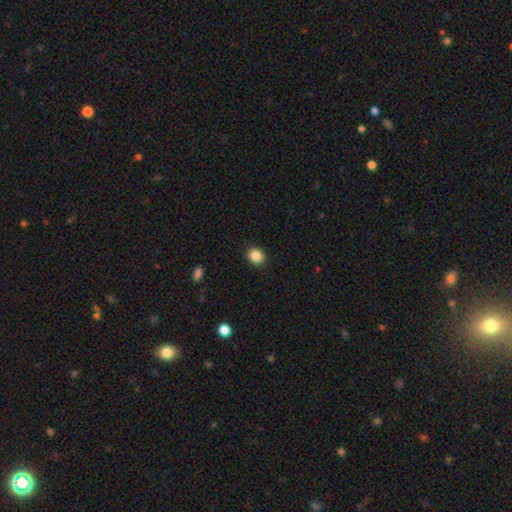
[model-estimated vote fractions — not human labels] smooth 86%, star or artifact 10%, featured or disk 4%. Down the decision tree: how rounded — round (66%); merging — none (90%).